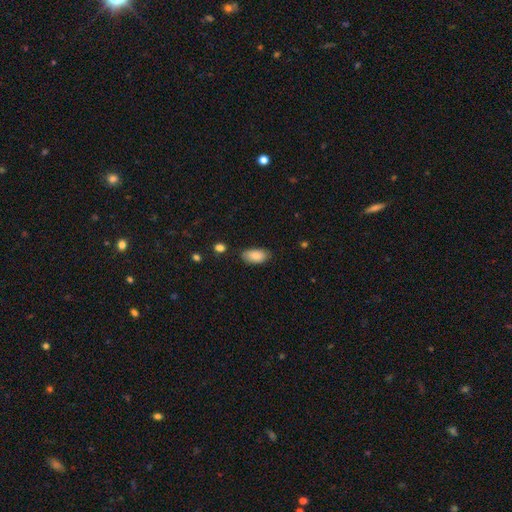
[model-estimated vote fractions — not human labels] Overall: smooth (86%). How rounded: in between (94%). Merging: none (78%).